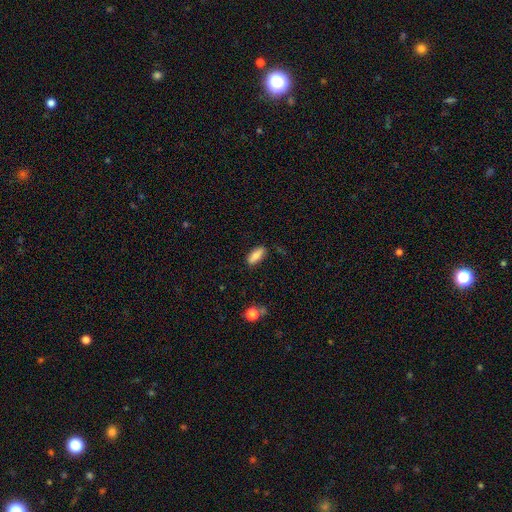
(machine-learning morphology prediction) The model was most divided on "how rounded": in between: 78%, cigar-shaped: 20%, round: 3%. More confident: merging — none (83%); smooth or featured — smooth (80%).